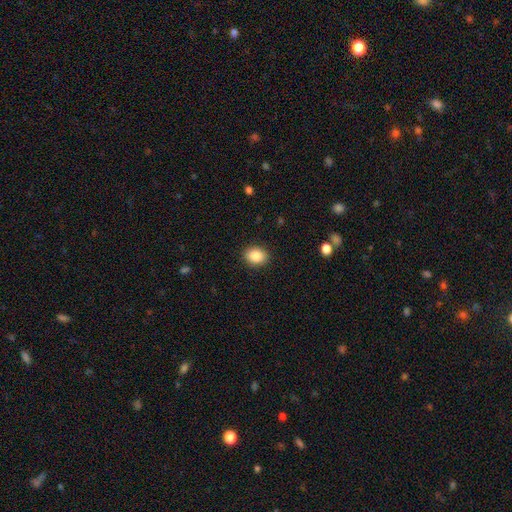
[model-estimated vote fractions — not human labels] This appears to be a smooth galaxy with no disk features (87%) that is in between round and cigar-shaped (61%). Merging: none (89%).